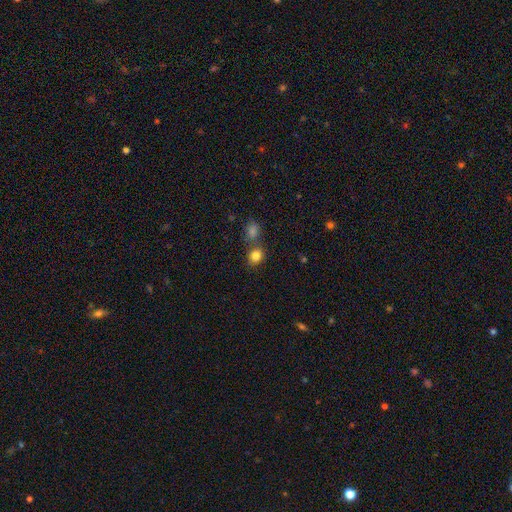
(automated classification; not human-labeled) Overall: smooth (82%). How rounded: round (70%). Merging: none (65%).